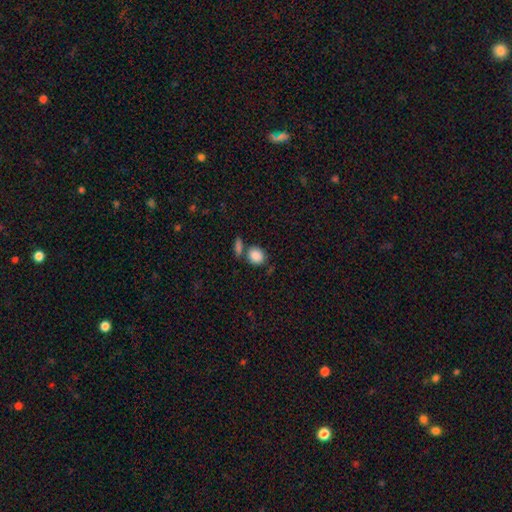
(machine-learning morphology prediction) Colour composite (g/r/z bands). It shows a smooth galaxy with no disk features (87%) that is round (68%). Merging: none (62%).